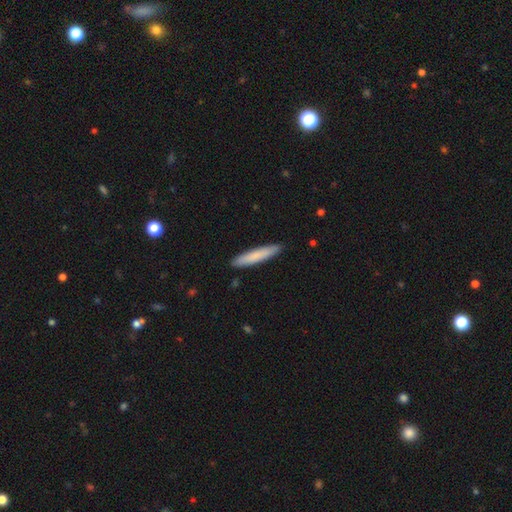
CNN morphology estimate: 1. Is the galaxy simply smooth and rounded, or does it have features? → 79% smooth, 15% featured or disk, 5% star or artifact.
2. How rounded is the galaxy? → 93% cigar-shaped, 6% in between, 1% round.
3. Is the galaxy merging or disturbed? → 91% none, 7% minor disturbance, 1% major disturbance, 1% merger.